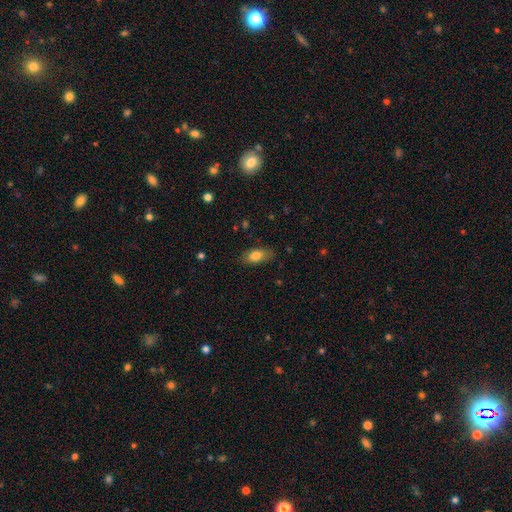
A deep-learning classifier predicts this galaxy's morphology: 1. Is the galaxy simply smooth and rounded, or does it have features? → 80% smooth, 13% featured or disk, 7% star or artifact.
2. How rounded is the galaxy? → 86% in between, 9% cigar-shaped, 5% round.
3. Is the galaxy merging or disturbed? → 78% none, 17% minor disturbance, 4% major disturbance, 1% merger.